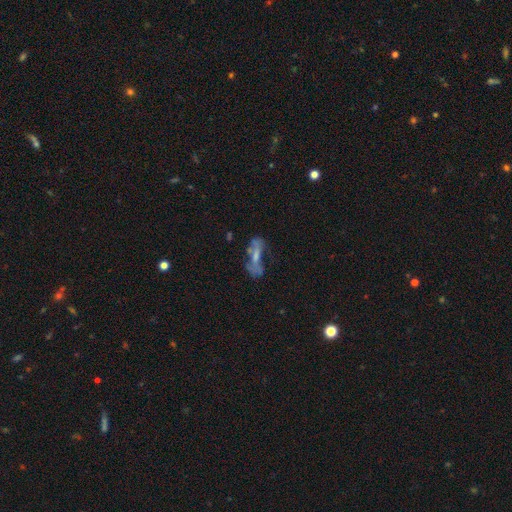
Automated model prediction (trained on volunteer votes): A featured or disk galaxy (53%).

Vote fractions:
- Smooth or featured? featured or disk: 53% / smooth: 33% / star or artifact: 14%
- Edge-on disk? no: 82% / yes: 18%
- Merging? none: 35% / major disturbance: 31% / minor disturbance: 20% / merger: 14%